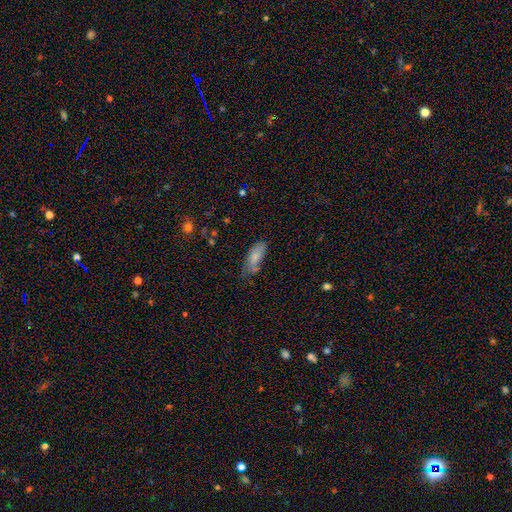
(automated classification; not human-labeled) Smooth or featured: smooth — 66% (featured or disk — 21%)
How rounded: in between — 70% (cigar-shaped — 27%)
Merging: none — 61% (minor disturbance — 26%)